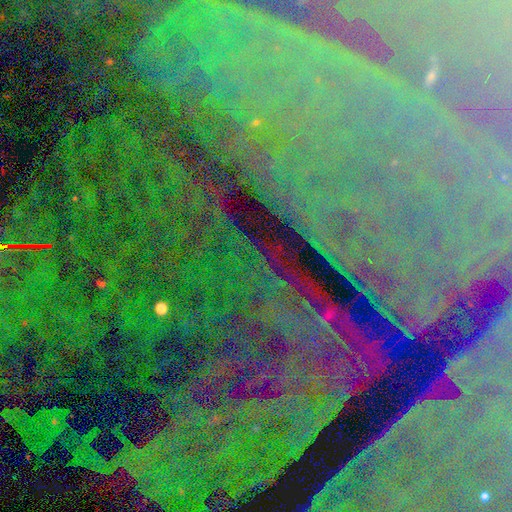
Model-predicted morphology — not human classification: Smooth or featured?
  - star or artifact: 87% *
  - featured or disk: 7%
  - smooth: 6%